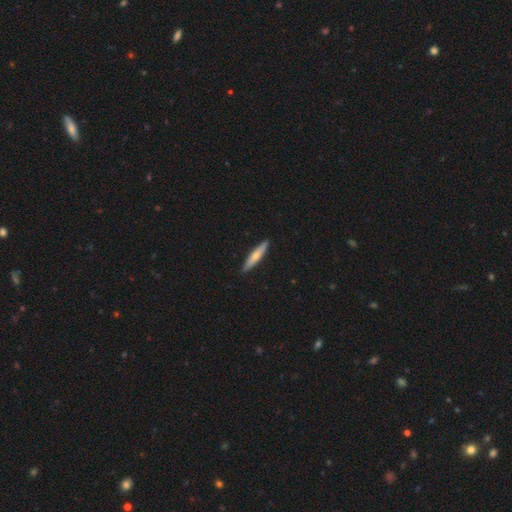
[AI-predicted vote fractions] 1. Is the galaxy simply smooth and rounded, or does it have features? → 57% smooth, 38% featured or disk, 5% star or artifact.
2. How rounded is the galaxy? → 88% cigar-shaped, 10% in between, 2% round.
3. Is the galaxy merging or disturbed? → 91% none, 7% minor disturbance, 1% major disturbance, 1% merger.